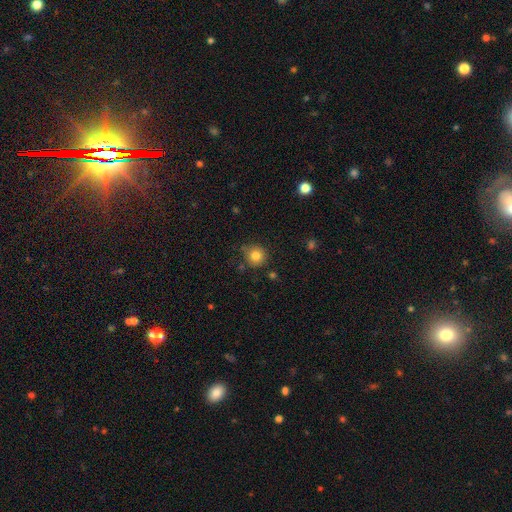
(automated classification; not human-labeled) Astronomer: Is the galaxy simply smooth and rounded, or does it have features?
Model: smooth — 82%.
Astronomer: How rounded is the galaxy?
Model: round — 92%.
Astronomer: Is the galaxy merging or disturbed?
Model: none — 80%.